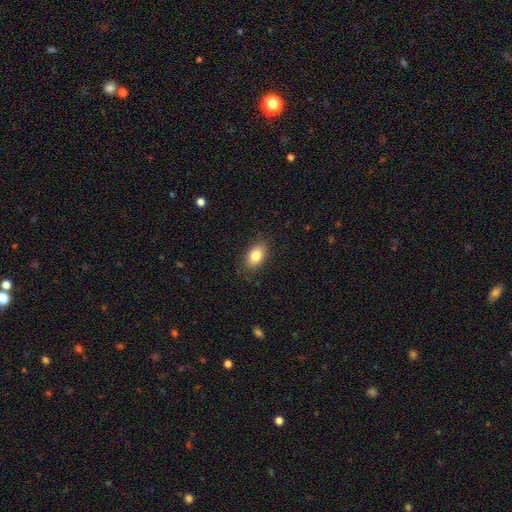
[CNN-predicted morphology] smooth_or_featured: smooth (p=0.83) [alt: featured or disk p=0.09]
how_rounded: in between (p=0.88) [alt: round p=0.10]
merging: none (p=0.86) [alt: minor disturbance p=0.11]